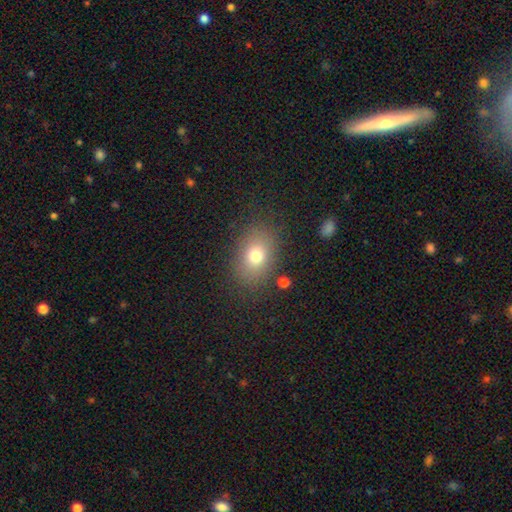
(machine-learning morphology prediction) type=smooth (73%); roundness=in between (72%); merging=none (82%).